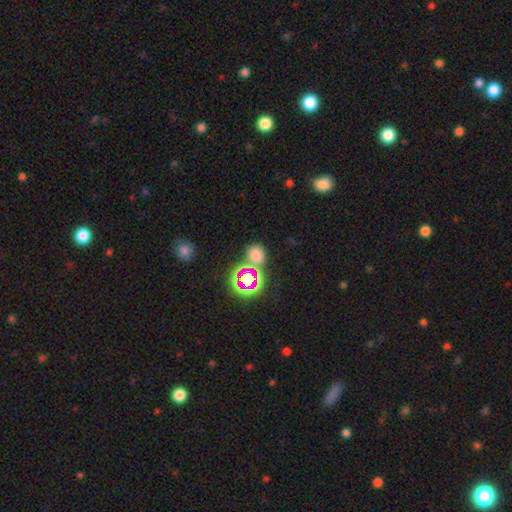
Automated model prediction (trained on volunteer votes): Smooth or featured: smooth — 62% (star or artifact — 30%)
How rounded: round — 70% (in between — 28%)
Merging: none — 62% (merger — 20%)